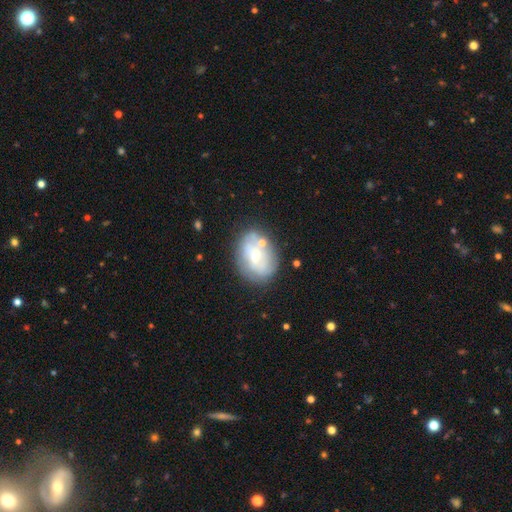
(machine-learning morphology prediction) Smooth or featured: featured or disk — 52% (smooth — 39%)
Edge-on disk: no — 96% (yes — 4%)
Merging: none — 61% (minor disturbance — 21%)